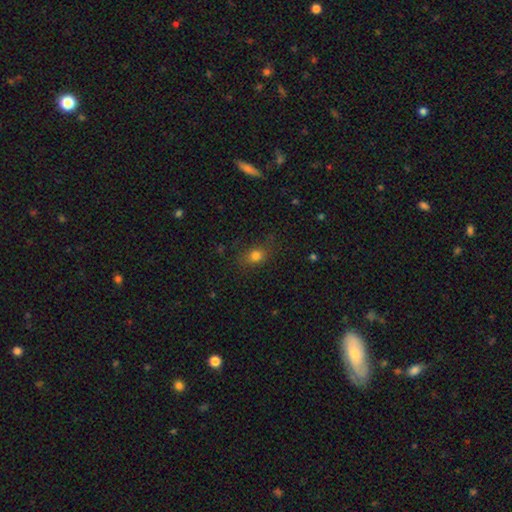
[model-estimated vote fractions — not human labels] Smooth or featured? smooth (77%)
How rounded? in between (52%)
Merging? none (74%)